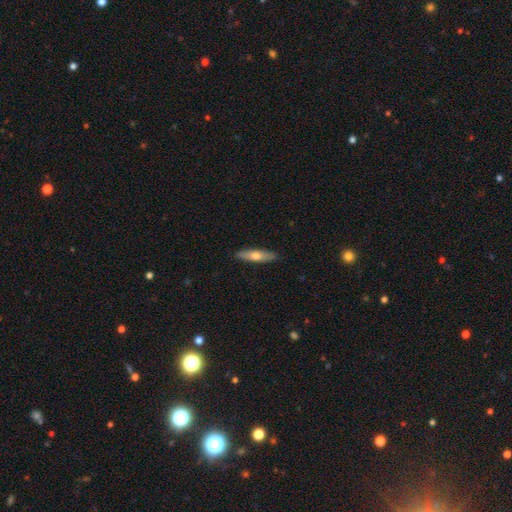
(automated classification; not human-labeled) Smooth or featured? smooth (56%)
How rounded? cigar-shaped (77%)
Merging? none (90%)